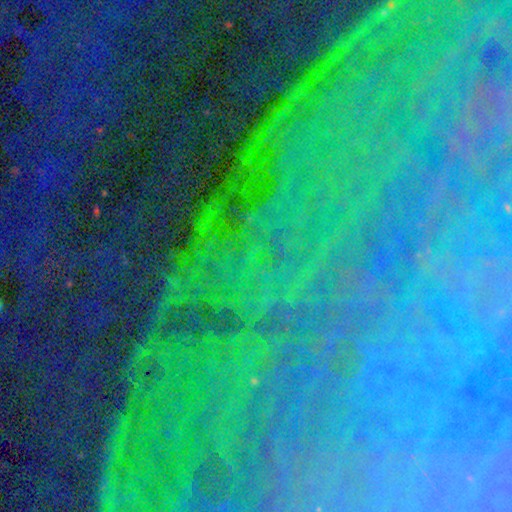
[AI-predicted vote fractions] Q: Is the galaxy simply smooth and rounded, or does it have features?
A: star or artifact — 82%.